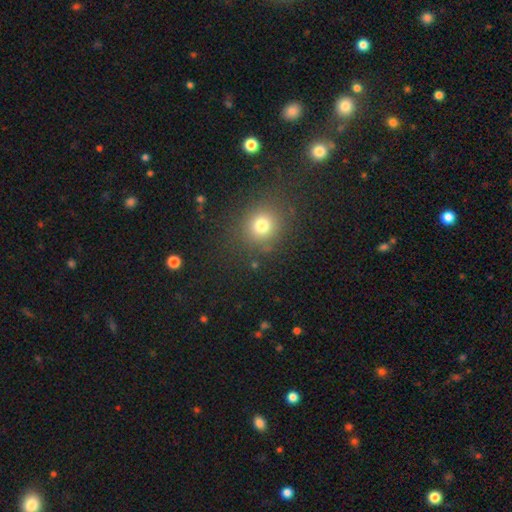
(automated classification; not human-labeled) smooth 63%, star or artifact 31%, featured or disk 6%. Down the decision tree: how rounded — round (84%); merging — none (89%).